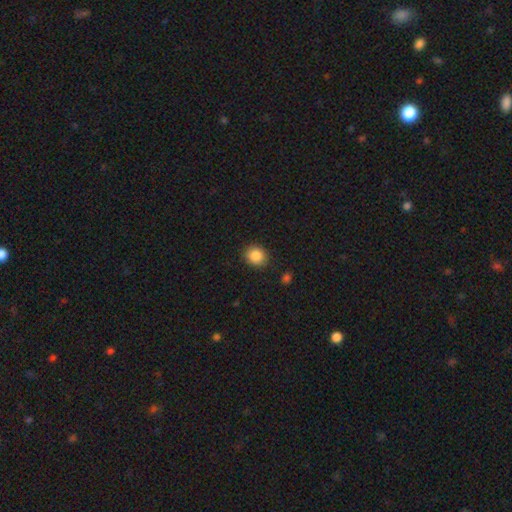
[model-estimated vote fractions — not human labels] This is clearly a smooth galaxy (87%). How rounded: likely round (74%). Merging: clearly none (89%).